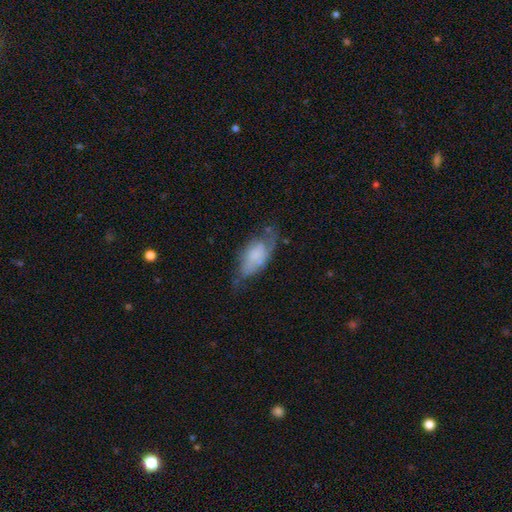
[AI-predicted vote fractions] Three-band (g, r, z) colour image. It shows a smooth galaxy with no disk features (50%). Merging: none (40%).